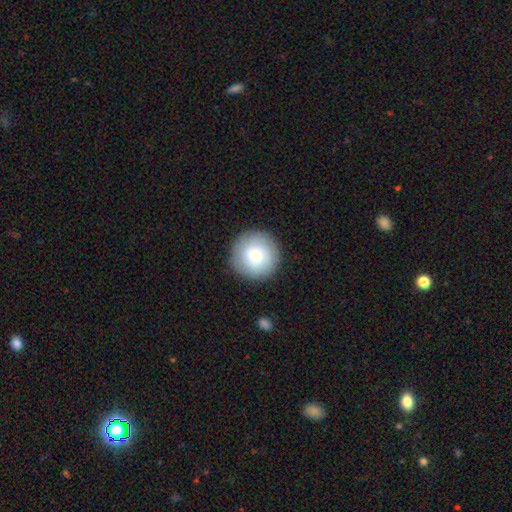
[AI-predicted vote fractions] The model was most divided on "smooth or featured": smooth: 75%, featured or disk: 18%, star or artifact: 7%. More confident: how rounded — round (96%); merging — none (89%).